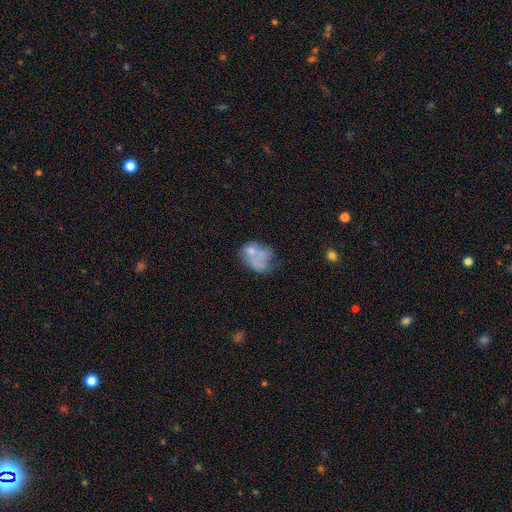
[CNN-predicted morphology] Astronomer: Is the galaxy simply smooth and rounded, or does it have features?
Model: smooth — 55% (runner-up: featured or disk, 34%).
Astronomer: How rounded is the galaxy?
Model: in between — 64%.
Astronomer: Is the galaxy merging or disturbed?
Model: merger — 30% (runner-up: none, 25%).